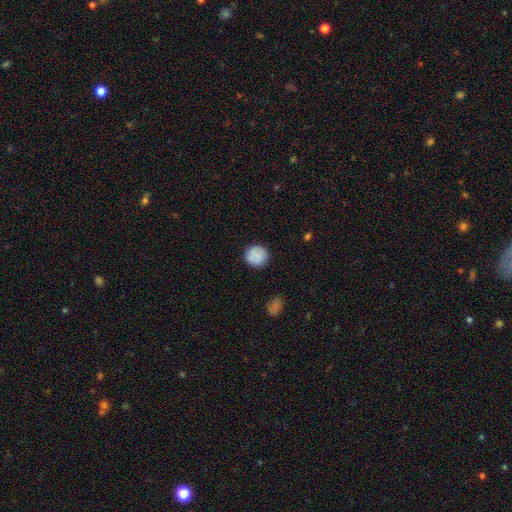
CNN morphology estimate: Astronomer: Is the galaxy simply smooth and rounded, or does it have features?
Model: smooth — 85%.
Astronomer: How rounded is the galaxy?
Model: round — 93%.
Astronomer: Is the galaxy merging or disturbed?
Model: none — 88%.